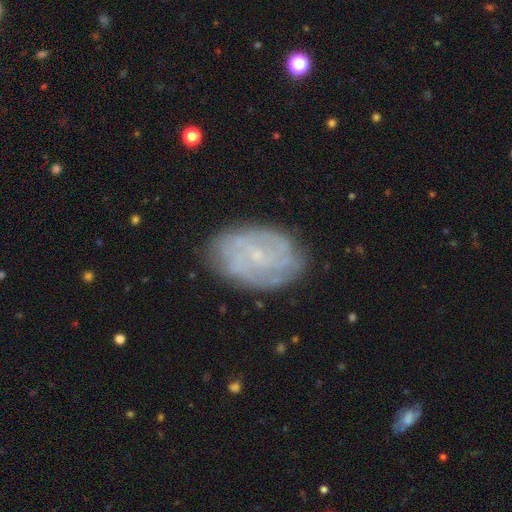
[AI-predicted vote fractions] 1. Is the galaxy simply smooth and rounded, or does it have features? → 67% featured or disk, 20% smooth, 12% star or artifact.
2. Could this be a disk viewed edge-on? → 96% no, 4% yes.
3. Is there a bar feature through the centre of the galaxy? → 52% no, 39% weak, 9% strong.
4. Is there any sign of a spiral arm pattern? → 88% yes, 12% no.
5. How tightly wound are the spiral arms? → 63% tight, 28% medium, 9% loose.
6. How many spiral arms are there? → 44% can't tell, 20% 2, 12% 3, 11% 4, 8% more than 4, 6% 1.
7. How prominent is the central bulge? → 78% small, 11% moderate, 10% none, 1% large, 1% dominant.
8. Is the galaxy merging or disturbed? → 82% none, 13% minor disturbance, 4% major disturbance, 1% merger.